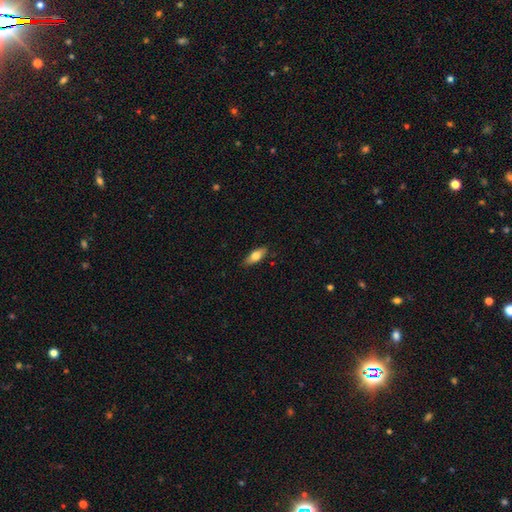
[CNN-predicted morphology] A smooth galaxy with no disk features (72%) that is in between round and cigar-shaped (75%).

Vote fractions:
- Smooth or featured? smooth: 72% / featured or disk: 22% / star or artifact: 6%
- How rounded? in between: 75% / cigar-shaped: 22% / round: 3%
- Merging? none: 85% / minor disturbance: 11% / major disturbance: 2% / merger: 1%